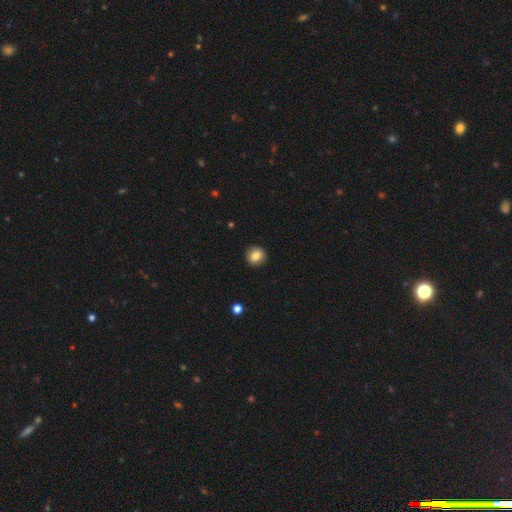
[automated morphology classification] Smooth or featured? smooth (84%)
How rounded? round (87%)
Merging? none (91%)